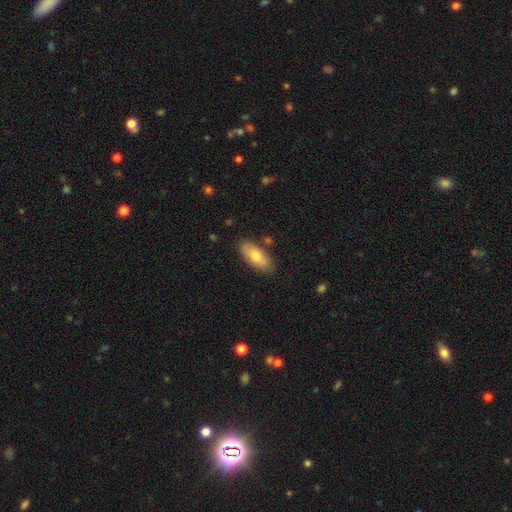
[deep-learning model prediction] A smooth galaxy with no disk features (71%) that is in between round and cigar-shaped (83%).

Vote fractions:
- Smooth or featured? smooth: 71% / featured or disk: 23% / star or artifact: 6%
- How rounded? in between: 83% / cigar-shaped: 14% / round: 2%
- Merging? none: 83% / minor disturbance: 12% / merger: 3% / major disturbance: 2%